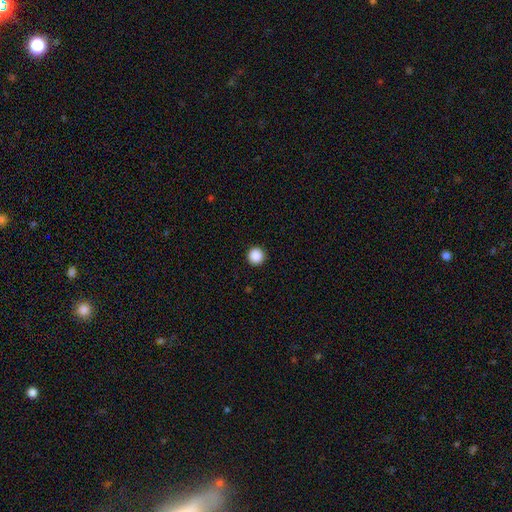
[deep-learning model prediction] A smooth galaxy with no disk features (88%) that is round (96%). Merging: none (93%).